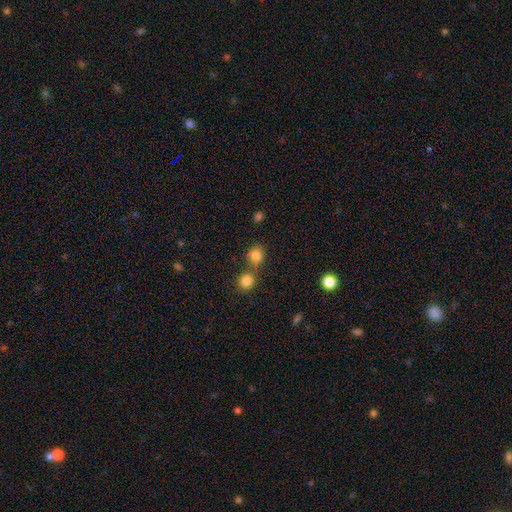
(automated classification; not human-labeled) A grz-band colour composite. It shows a smooth galaxy with no disk features (82%) that is round (84%). Merging: none (59%).